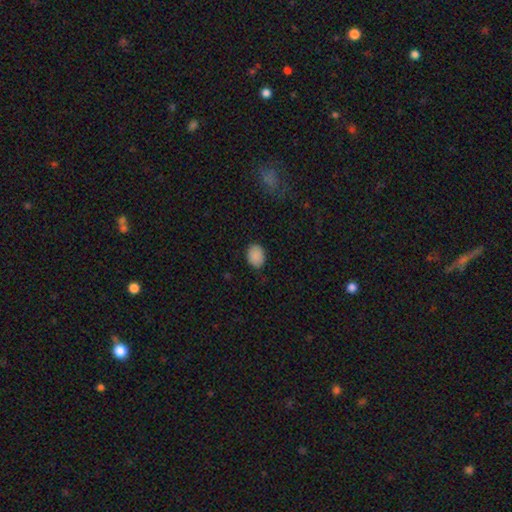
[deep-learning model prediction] Q: Smooth or featured?
A: smooth (89%); runner-up: star or artifact (8%)
Q: How rounded?
A: in between (70%); runner-up: round (29%)
Q: Merging?
A: none (84%); runner-up: minor disturbance (13%)